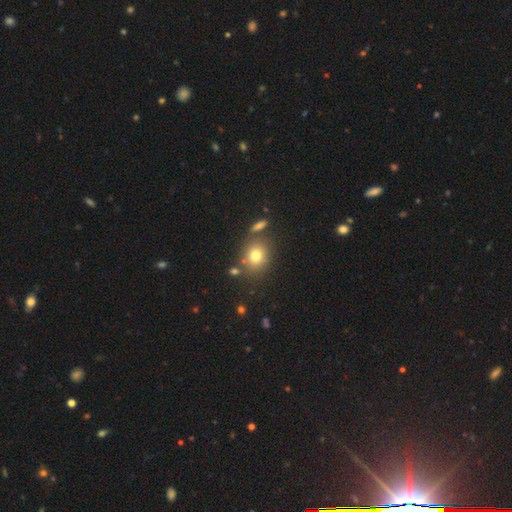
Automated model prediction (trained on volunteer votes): Overall: smooth (76%). How rounded: round (70%). Merging: none (73%).